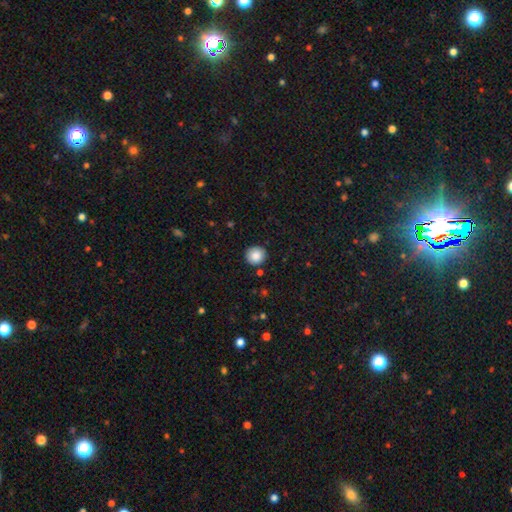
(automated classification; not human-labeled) The model was most divided on "smooth or featured": smooth: 86%, star or artifact: 9%, featured or disk: 5%. More confident: how rounded — round (92%); merging — none (89%).